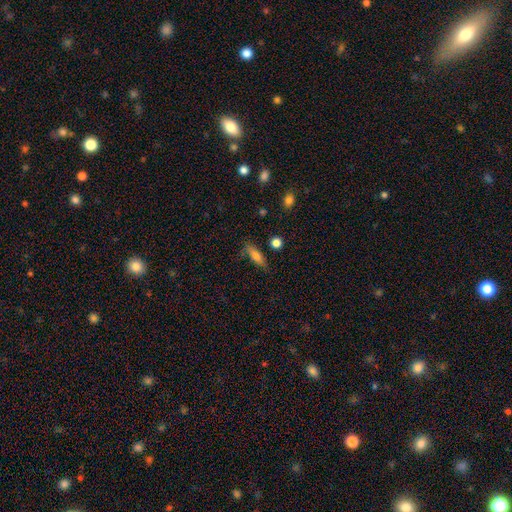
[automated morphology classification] type=smooth (75%); roundness=cigar-shaped (49%); merging=none (76%).